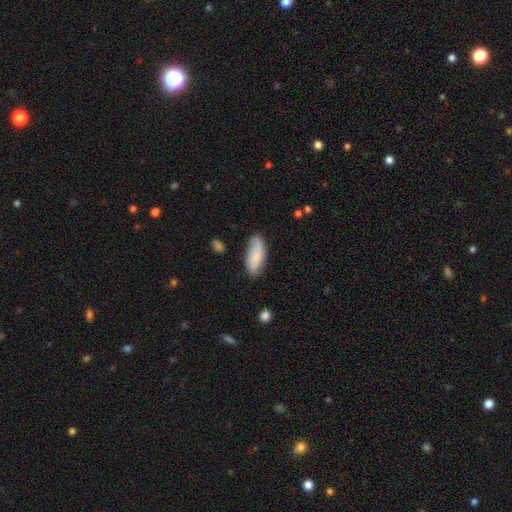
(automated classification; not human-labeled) A smooth galaxy with no disk features (80%) that is in between round and cigar-shaped (79%).

Vote fractions:
- Smooth or featured? smooth: 80% / featured or disk: 13% / star or artifact: 6%
- How rounded? in between: 79% / cigar-shaped: 19% / round: 2%
- Merging? none: 74% / minor disturbance: 19% / major disturbance: 4% / merger: 2%